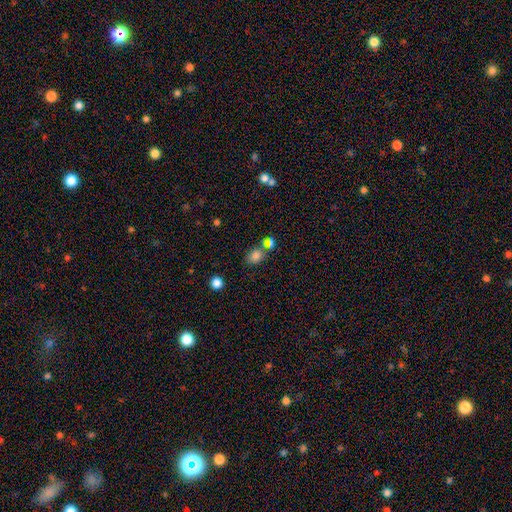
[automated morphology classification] This is likely a smooth galaxy (79%). How rounded: possibly in between (59%). Merging: possibly none (48%).